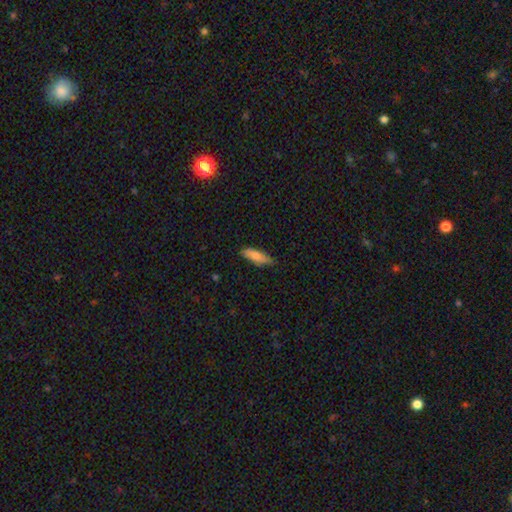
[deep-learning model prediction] A smooth galaxy with no disk features (80%) that is cigar-shaped (52%).

Vote fractions:
- Smooth or featured? smooth: 80% / featured or disk: 14% / star or artifact: 6%
- How rounded? cigar-shaped: 52% / in between: 46% / round: 2%
- Merging? none: 76% / minor disturbance: 20% / major disturbance: 3% / merger: 1%